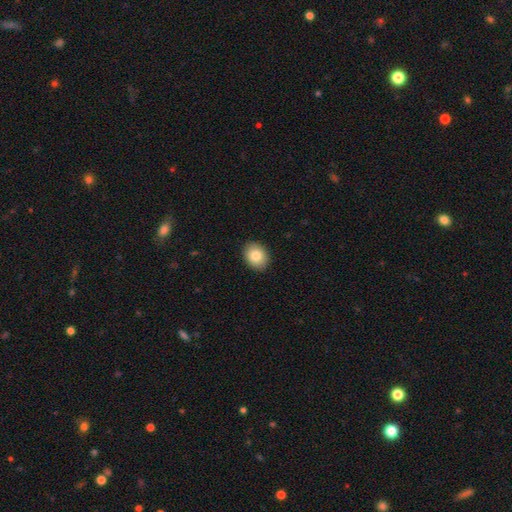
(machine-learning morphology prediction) Smooth or featured? Predicted: smooth (p=0.83). How rounded? Predicted: in between (p=0.58). Merging? Predicted: none (p=0.90).